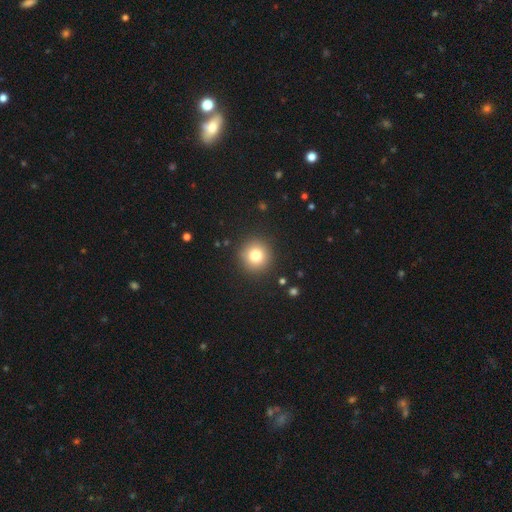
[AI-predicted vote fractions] smooth 79%, star or artifact 12%, featured or disk 9%. Down the decision tree: how rounded — round (94%); merging — none (91%).